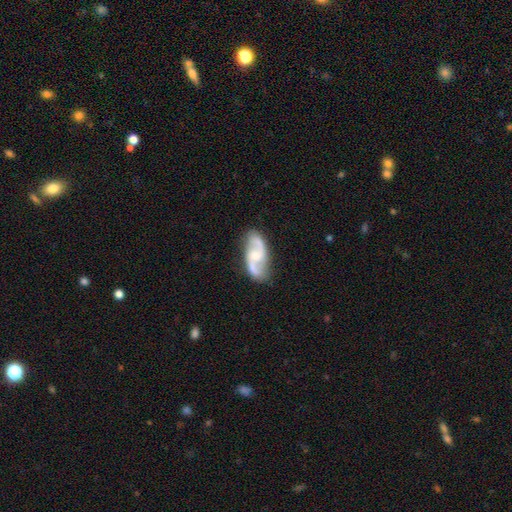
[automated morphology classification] Smooth or featured?
  - featured or disk: 84% *
  - smooth: 11%
  - star or artifact: 5%
Edge-on disk?
  - no: 96% *
  - yes: 4%
Bar?
  - no: 46% *
  - weak: 43%
  - strong: 11%
Spiral arms?
  - yes: 96% *
  - no: 4%
Spiral winding?
  - medium: 48% *
  - loose: 39%
  - tight: 13%
Spiral arm count?
  - 2: 92% *
  - can't tell: 3%
  - 1: 1%
  - 3: 1%
  - 4: 1%
  - more than 4: 1%
Bulge size?
  - small: 46% *
  - moderate: 44%
  - none: 6%
  - large: 3%
  - dominant: 1%
Merging?
  - none: 80% *
  - minor disturbance: 14%
  - major disturbance: 4%
  - merger: 2%